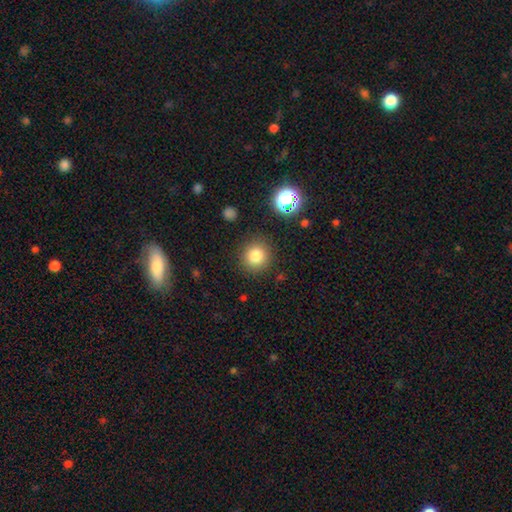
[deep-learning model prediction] smooth-or-featured: smooth: 82% | star or artifact: 12% | featured or disk: 6%
  how-rounded: round: 92% | in between: 8% | cigar-shaped: 1%
  merging: none: 87% | minor disturbance: 8% | major disturbance: 3% | merger: 2%